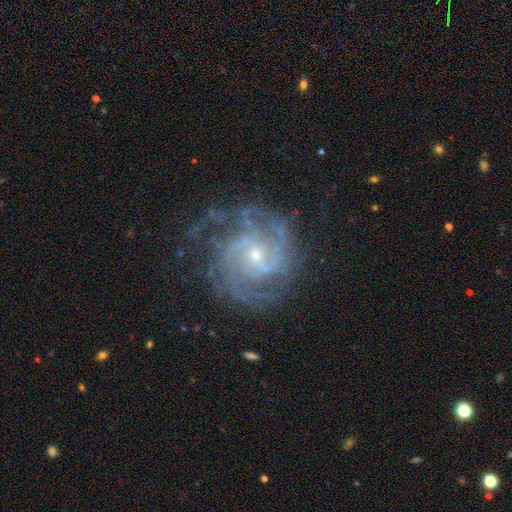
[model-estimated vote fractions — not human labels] Smooth or featured? Predicted: featured or disk (p=0.91). Edge-on disk? Predicted: no (p=0.98). Bar? Predicted: no (p=0.50). Spiral arms? Predicted: yes (p=0.98). Spiral winding? Predicted: tight (p=0.55). Spiral arm count? Predicted: 2 (p=0.33). Bulge size? Predicted: small (p=0.67). Merging? Predicted: none (p=0.72).